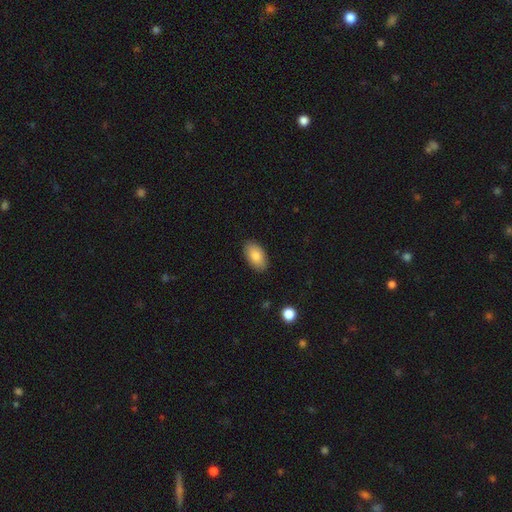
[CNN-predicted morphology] Q: Smooth or featured?
A: smooth (85%); runner-up: featured or disk (9%)
Q: How rounded?
A: in between (94%); runner-up: round (4%)
Q: Merging?
A: none (88%); runner-up: minor disturbance (9%)